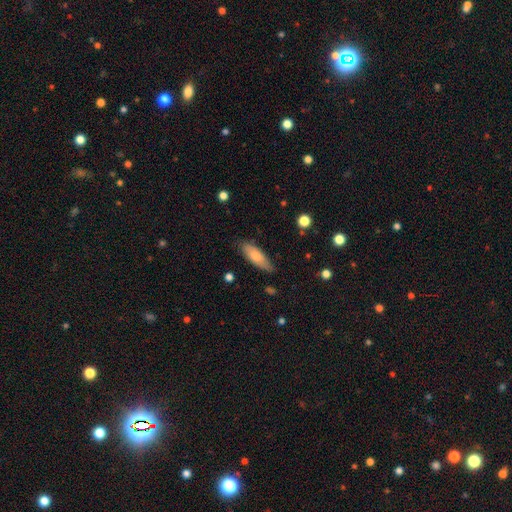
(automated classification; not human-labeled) smooth 79%, featured or disk 15%, star or artifact 6%. Down the decision tree: how rounded — in between (60%); merging — none (80%).